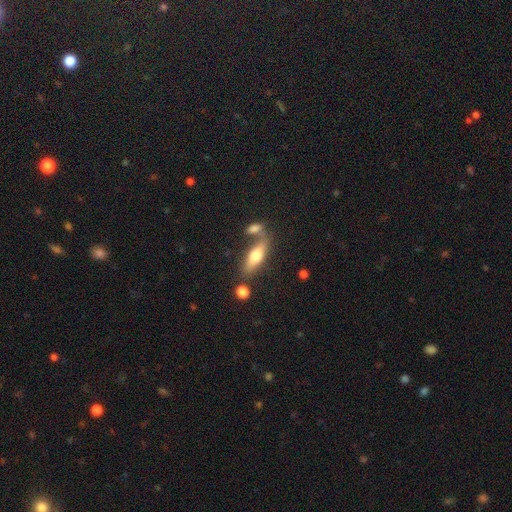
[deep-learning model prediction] Smooth or featured?
  - smooth: 63% *
  - featured or disk: 30%
  - star or artifact: 7%
How rounded?
  - in between: 59% *
  - cigar-shaped: 38%
  - round: 3%
Merging?
  - none: 57% *
  - merger: 24%
  - minor disturbance: 14%
  - major disturbance: 5%